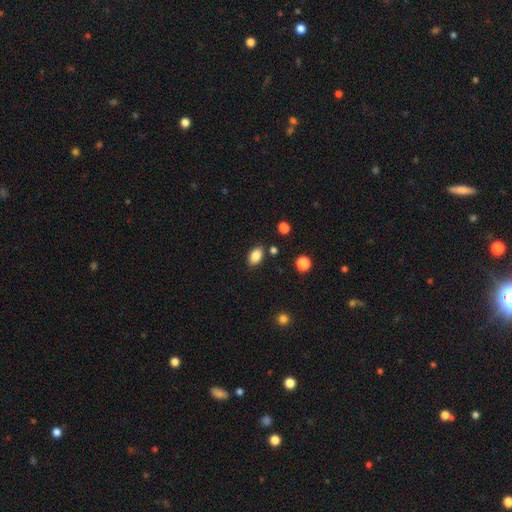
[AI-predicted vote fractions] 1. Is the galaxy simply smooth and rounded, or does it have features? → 86% smooth, 9% star or artifact, 5% featured or disk.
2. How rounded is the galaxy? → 86% in between, 12% round, 2% cigar-shaped.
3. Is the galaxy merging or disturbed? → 84% none, 10% minor disturbance, 3% merger, 3% major disturbance.